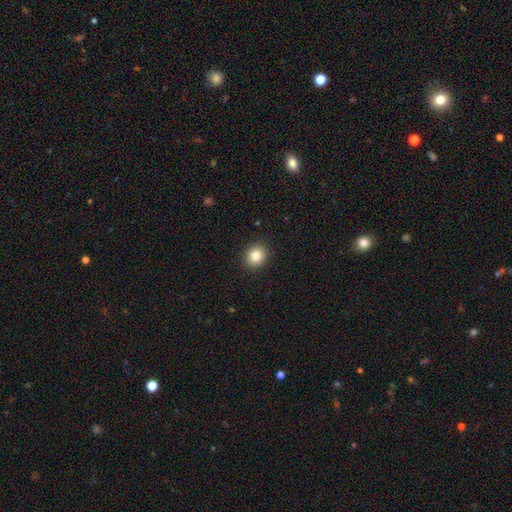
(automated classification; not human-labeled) smooth 83%, star or artifact 10%, featured or disk 7%. Down the decision tree: how rounded — round (80%); merging — none (91%).